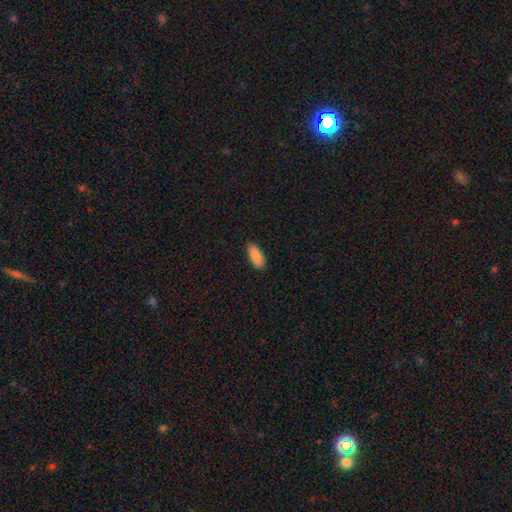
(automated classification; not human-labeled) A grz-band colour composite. It shows a smooth galaxy with no disk features (90%) that is in between round and cigar-shaped (86%). Merging: none (86%).